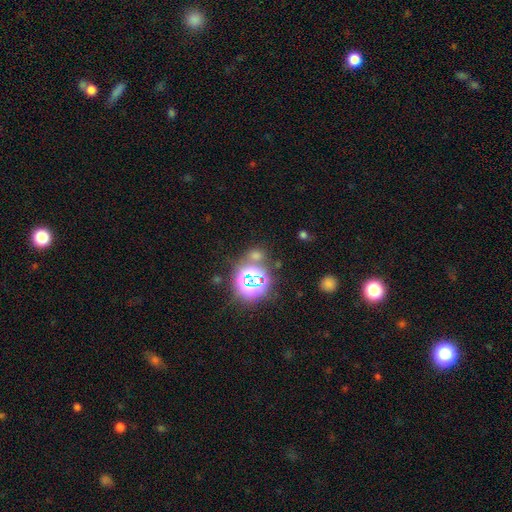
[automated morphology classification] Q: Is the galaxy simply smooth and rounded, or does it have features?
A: star or artifact — 51%.